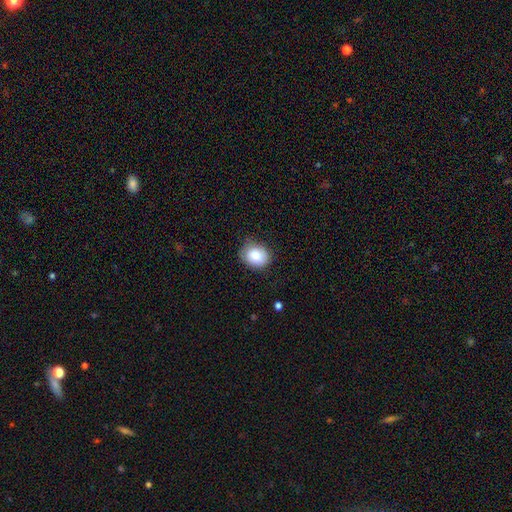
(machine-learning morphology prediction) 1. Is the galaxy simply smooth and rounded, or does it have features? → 83% smooth, 9% featured or disk, 8% star or artifact.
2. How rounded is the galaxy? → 57% round, 43% in between, 1% cigar-shaped.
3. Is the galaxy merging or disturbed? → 77% none, 18% minor disturbance, 4% major disturbance, 1% merger.